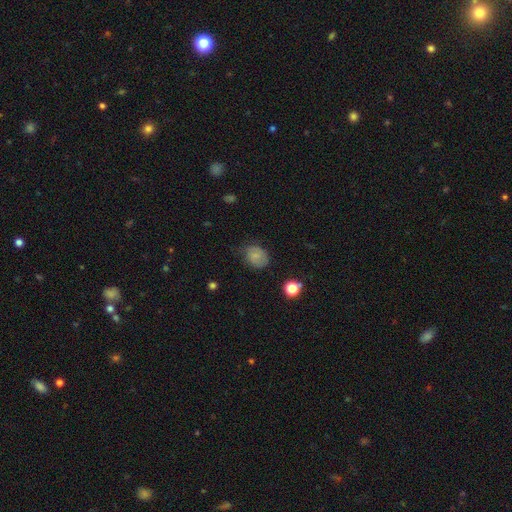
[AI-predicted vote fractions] Overall: smooth (68%). How rounded: round (54%; in between 45%). Merging: none (62%; minor disturbance 28%).